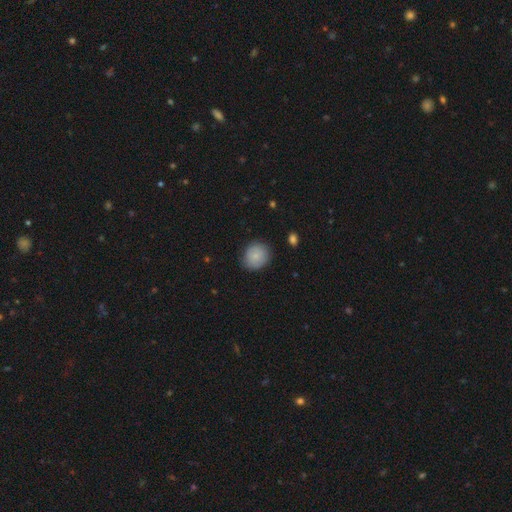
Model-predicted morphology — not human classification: A smooth galaxy with no disk features (78%) that is round (77%).

Vote fractions:
- Smooth or featured? smooth: 78% / featured or disk: 14% / star or artifact: 7%
- How rounded? round: 77% / in between: 22% / cigar-shaped: 1%
- Merging? none: 79% / minor disturbance: 17% / major disturbance: 4% / merger: 1%